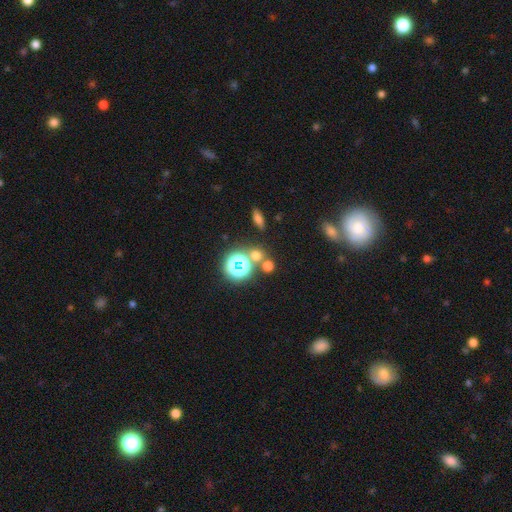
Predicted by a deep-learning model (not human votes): A smooth galaxy with no disk features (54%) that is round (83%). Merging: none (68%).